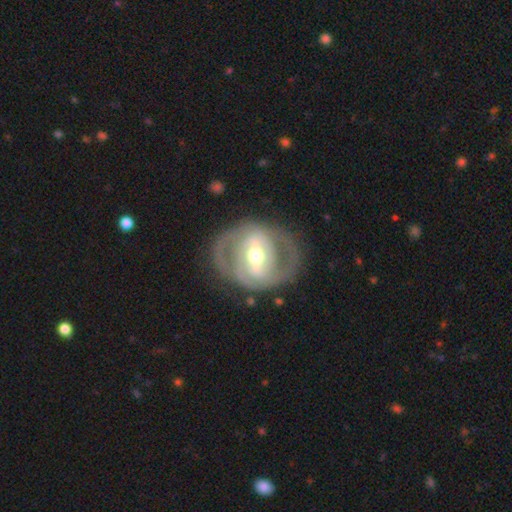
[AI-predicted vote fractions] featured or disk 84%, smooth 11%, star or artifact 4%. Down the decision tree: edge-on disk — no (96%); bar — strong (54%); spiral arms — yes (82%); spiral arm count — 2 (74%); spiral winding — tight (48%); bulge size — moderate (68%); merging — none (76%).